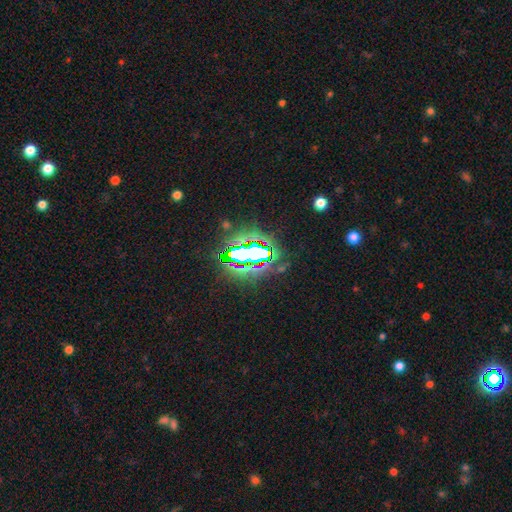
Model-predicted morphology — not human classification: Overall: star or artifact (70%).